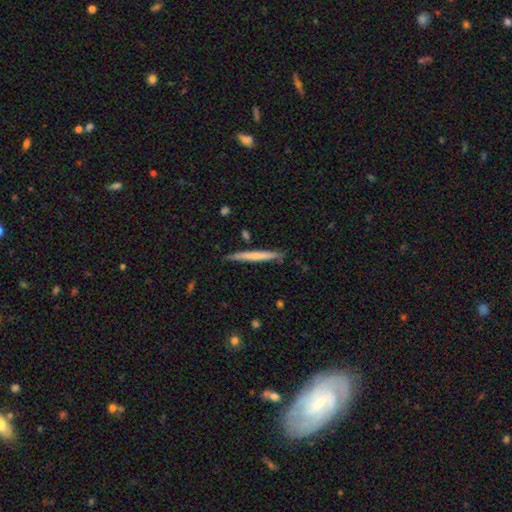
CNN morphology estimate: Overall: smooth (54%; featured or disk 40%). How rounded: cigar-shaped (96%). Merging: none (84%).